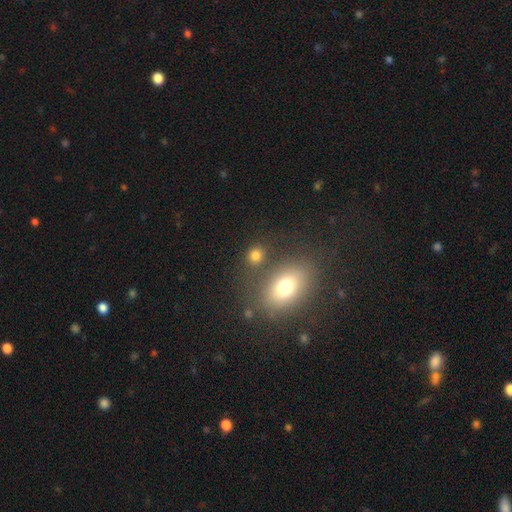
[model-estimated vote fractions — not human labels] Q: Smooth or featured?
A: smooth (77%); runner-up: star or artifact (15%)
Q: How rounded?
A: round (67%); runner-up: in between (31%)
Q: Merging?
A: none (73%); runner-up: merger (13%)